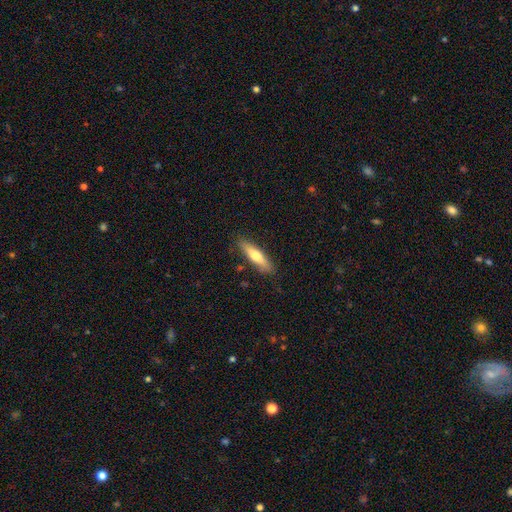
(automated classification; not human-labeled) Smooth or featured? smooth (63%)
How rounded? cigar-shaped (74%)
Merging? none (85%)